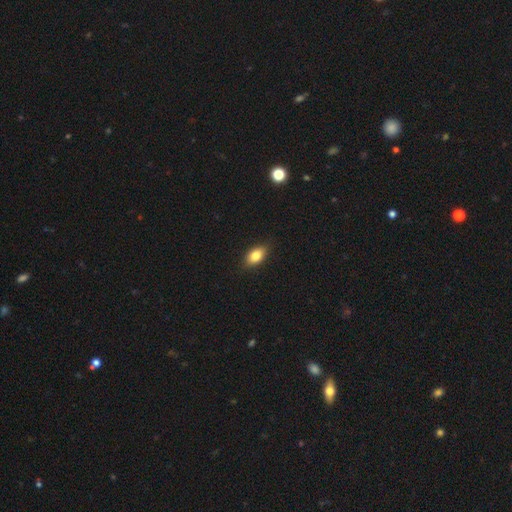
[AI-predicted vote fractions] Smooth or featured? Predicted: smooth (p=0.80). How rounded? Predicted: in between (p=0.88). Merging? Predicted: none (p=0.86).